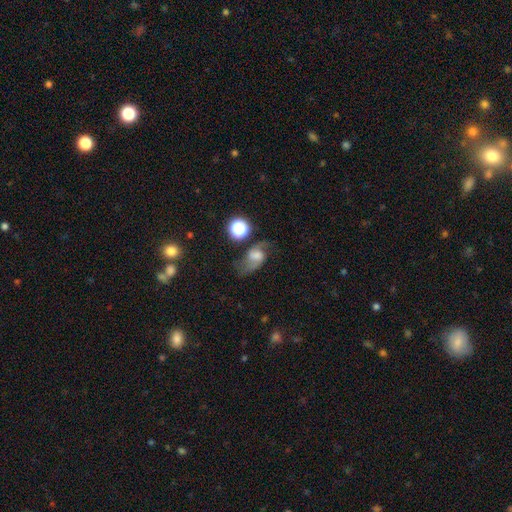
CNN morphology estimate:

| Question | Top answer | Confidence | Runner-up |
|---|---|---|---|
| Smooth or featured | featured or disk | 61% | smooth (24%) |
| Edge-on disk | no | 95% | yes (5%) |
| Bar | no | 49% | weak (40%) |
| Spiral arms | yes | 90% | no (10%) |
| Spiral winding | loose | 59% | medium (33%) |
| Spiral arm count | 2 | 87% | can't tell (5%) |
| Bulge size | moderate | 40% | small (25%) |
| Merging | none | 60% | minor disturbance (21%) |